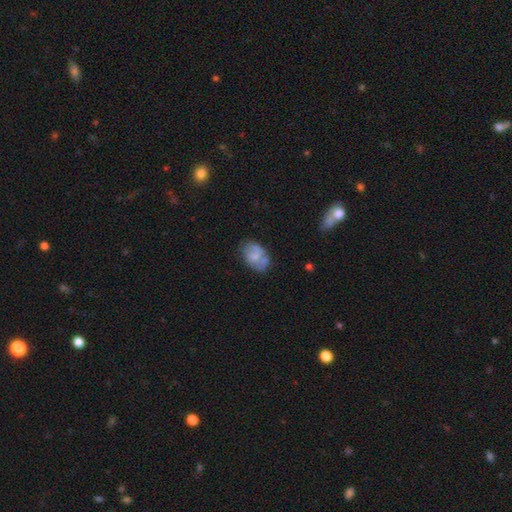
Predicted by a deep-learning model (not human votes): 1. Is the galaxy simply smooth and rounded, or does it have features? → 52% smooth, 40% featured or disk, 8% star or artifact.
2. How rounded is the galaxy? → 80% in between, 19% round, 1% cigar-shaped.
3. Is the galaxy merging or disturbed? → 48% none, 27% minor disturbance, 13% major disturbance, 12% merger.